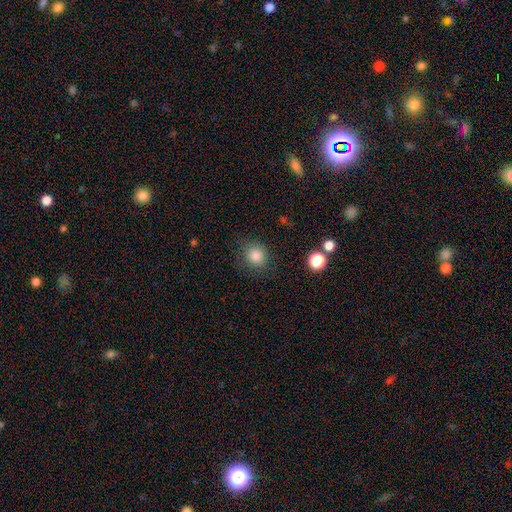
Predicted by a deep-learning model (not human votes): Morphology: type=smooth (84%); roundness=round (84%); merging=none (83%).